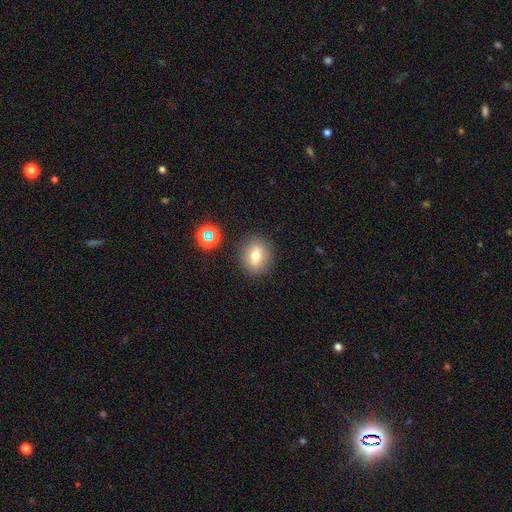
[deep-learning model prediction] Smooth or featured? Predicted: smooth (p=0.71). How rounded? Predicted: round (p=0.59). Merging? Predicted: none (p=0.86).